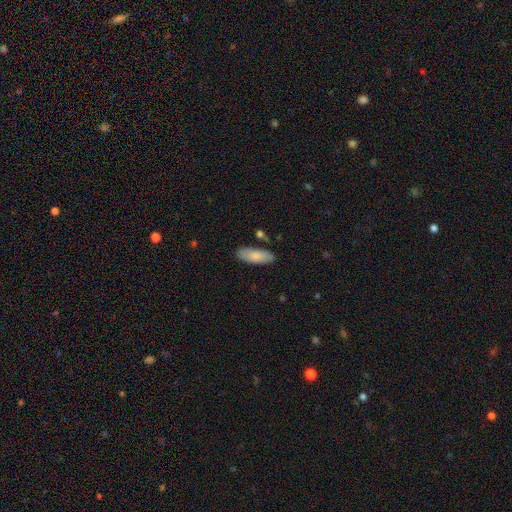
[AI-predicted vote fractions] This is clearly a smooth galaxy (82%). How rounded: likely in between (71%). Merging: clearly none (81%).